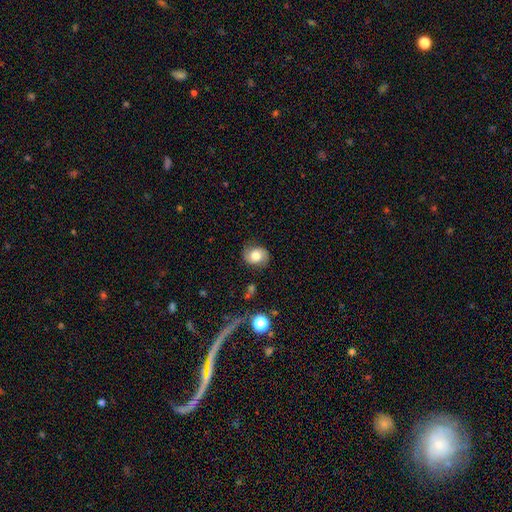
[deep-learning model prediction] Smooth or featured? Predicted: smooth (p=0.59). How rounded? Predicted: round (p=0.62). Merging? Predicted: none (p=0.80).